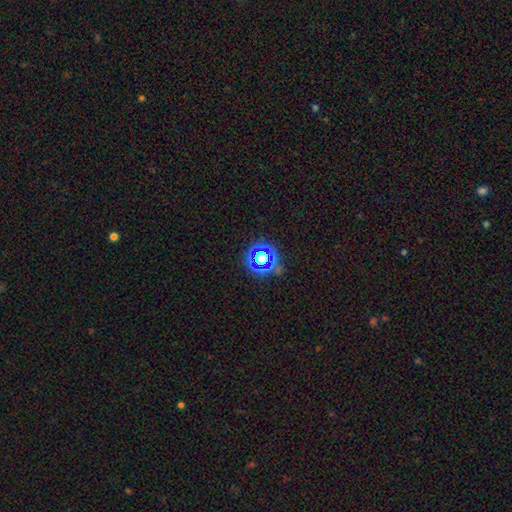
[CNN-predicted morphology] star or artifact 58%, smooth 30%, featured or disk 13%.